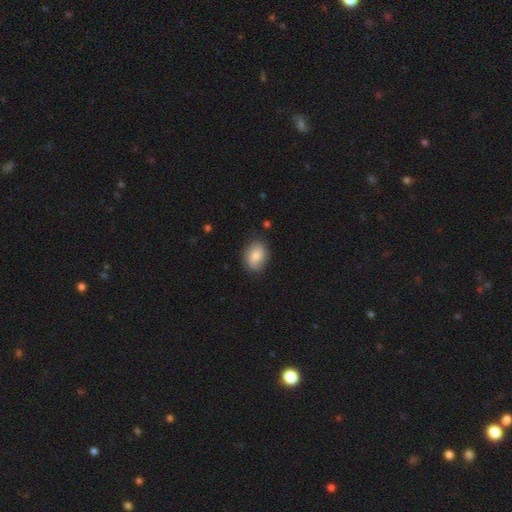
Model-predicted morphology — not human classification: A smooth galaxy with no disk features (72%) that is in between round and cigar-shaped (67%). Merging: none (77%).